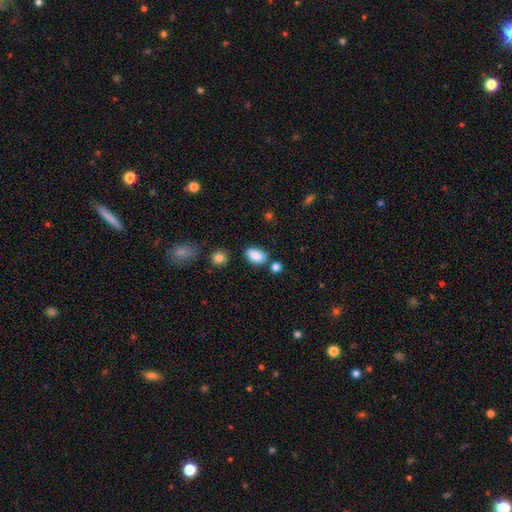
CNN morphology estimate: smooth_or_featured: smooth (p=0.86) [alt: star or artifact p=0.09]
how_rounded: in between (p=0.88) [alt: round p=0.09]
merging: none (p=0.70) [alt: minor disturbance p=0.16]